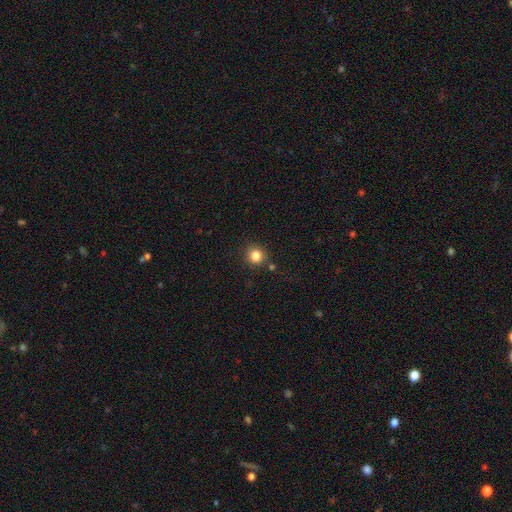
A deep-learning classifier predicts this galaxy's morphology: Overall: smooth (83%). How rounded: round (92%). Merging: none (84%).